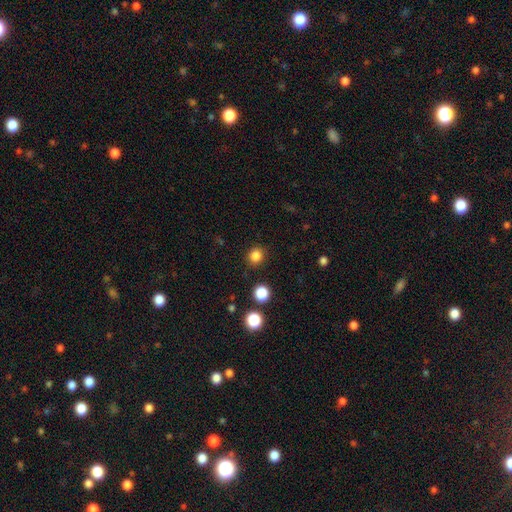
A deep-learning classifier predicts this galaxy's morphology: The model was most divided on "smooth or featured": smooth: 84%, star or artifact: 13%, featured or disk: 4%. More confident: merging — none (90%); how rounded — round (86%).